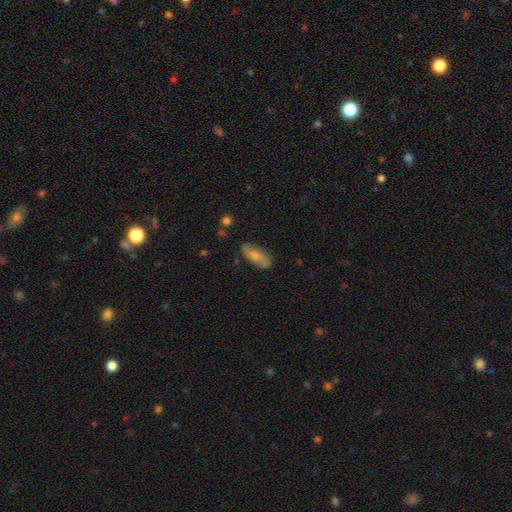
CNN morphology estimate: A smooth galaxy with no disk features (59%) that is in between round and cigar-shaped (79%).

Vote fractions:
- Smooth or featured? smooth: 59% / featured or disk: 34% / star or artifact: 7%
- How rounded? in between: 79% / cigar-shaped: 18% / round: 3%
- Merging? none: 75% / minor disturbance: 18% / major disturbance: 4% / merger: 2%